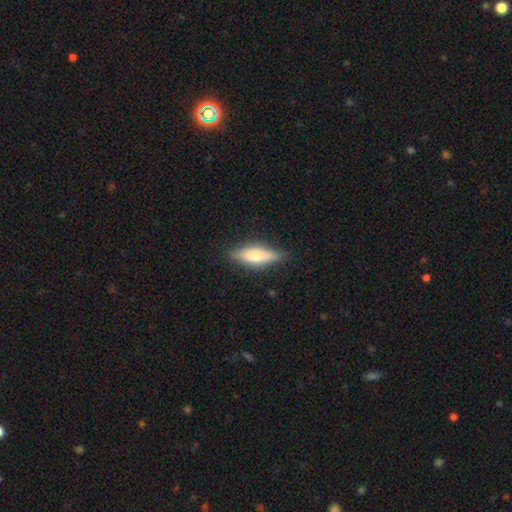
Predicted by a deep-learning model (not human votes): Overall: smooth (57%; featured or disk 36%). How rounded: cigar-shaped (59%; in between 39%). Merging: none (83%).